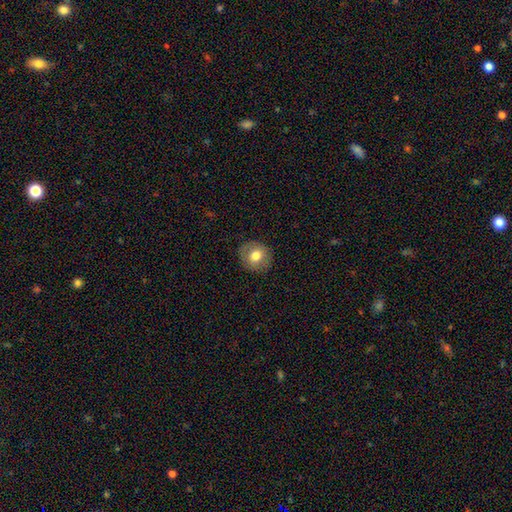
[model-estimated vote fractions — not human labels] Morphology: type=smooth (73%); roundness=round (86%); merging=none (88%).